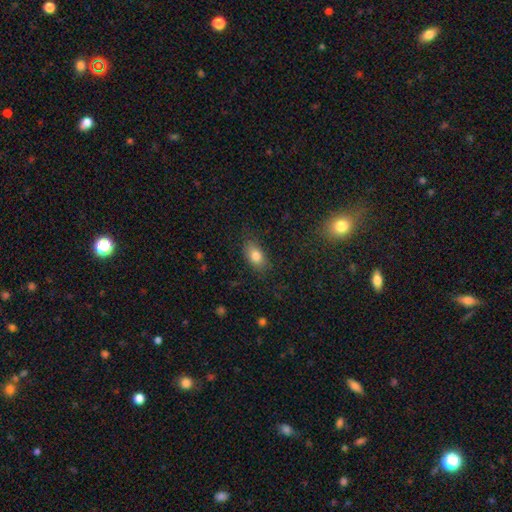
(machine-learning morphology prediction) Smooth or featured: smooth — 81% (featured or disk — 10%)
How rounded: in between — 86% (round — 10%)
Merging: none — 81% (minor disturbance — 14%)